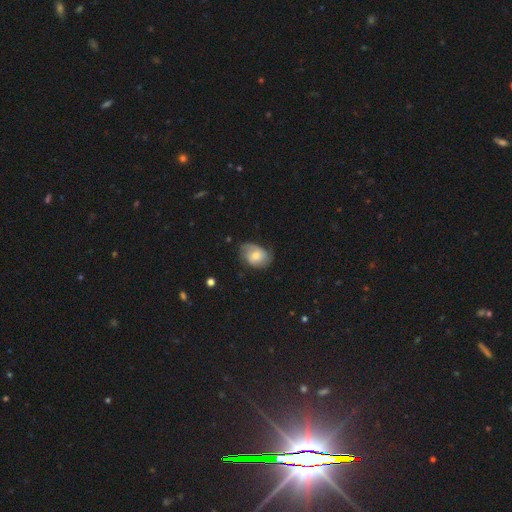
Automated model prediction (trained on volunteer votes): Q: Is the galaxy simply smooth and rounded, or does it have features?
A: smooth — 50%.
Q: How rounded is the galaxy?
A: in between — 73%.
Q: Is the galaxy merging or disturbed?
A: none — 58%.